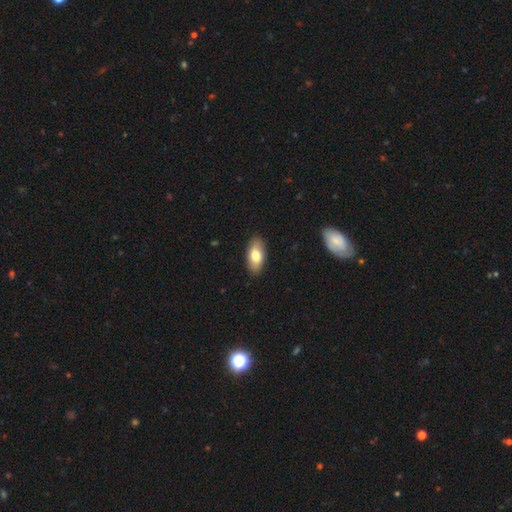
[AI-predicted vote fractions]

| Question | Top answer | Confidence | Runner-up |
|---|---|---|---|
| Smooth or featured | smooth | 77% | featured or disk (17%) |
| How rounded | in between | 90% | cigar-shaped (6%) |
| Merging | none | 88% | minor disturbance (9%) |